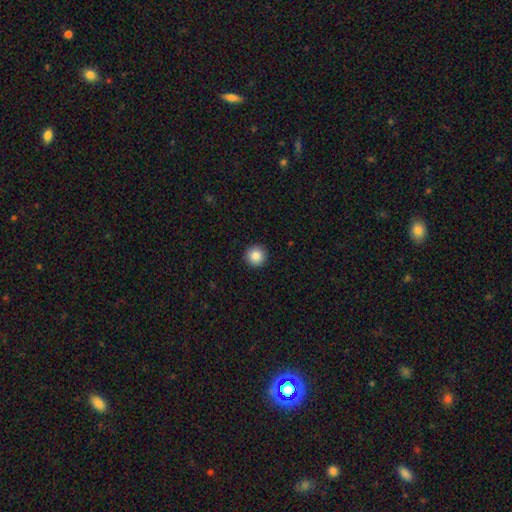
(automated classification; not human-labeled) This is clearly a smooth galaxy (86%). How rounded: clearly round (96%). Merging: clearly none (93%).